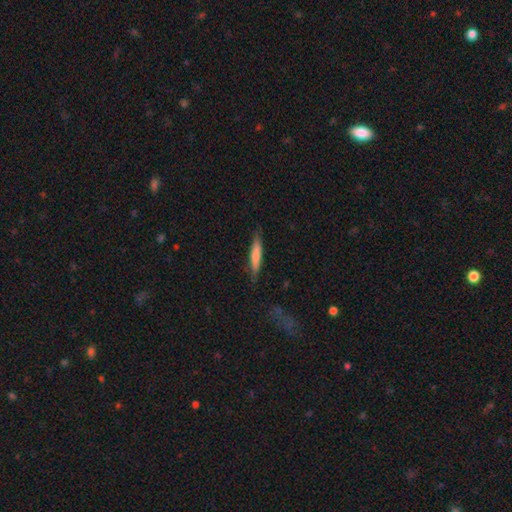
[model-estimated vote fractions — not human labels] Morphology: type=smooth (70%); roundness=cigar-shaped (88%); merging=none (81%).